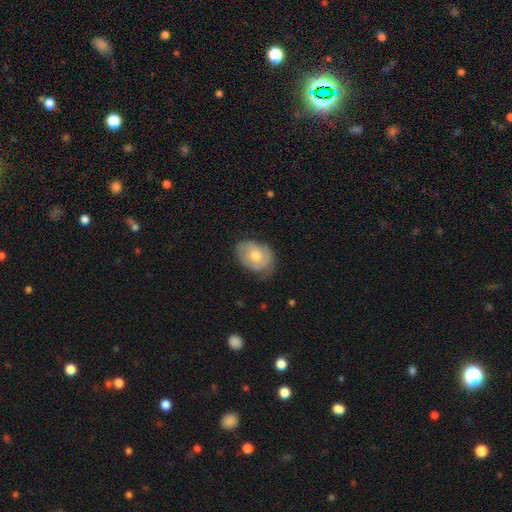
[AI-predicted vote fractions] smooth_or_featured: smooth (p=0.51) [alt: featured or disk p=0.42]
how_rounded: in between (p=0.71) [alt: round p=0.28]
merging: none (p=0.63) [alt: minor disturbance p=0.28]